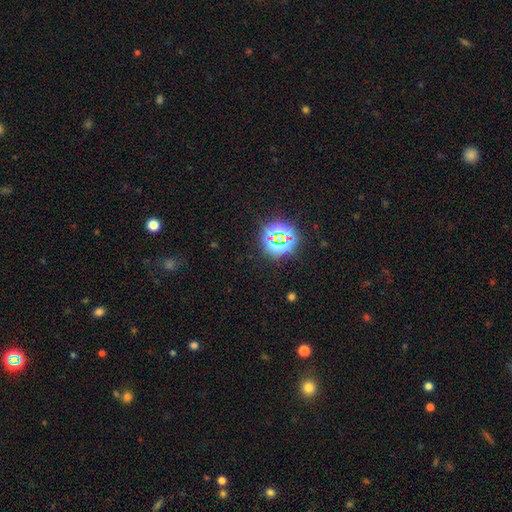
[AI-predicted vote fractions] The model was most divided on "smooth or featured": star or artifact: 79%, smooth: 14%, featured or disk: 7%.